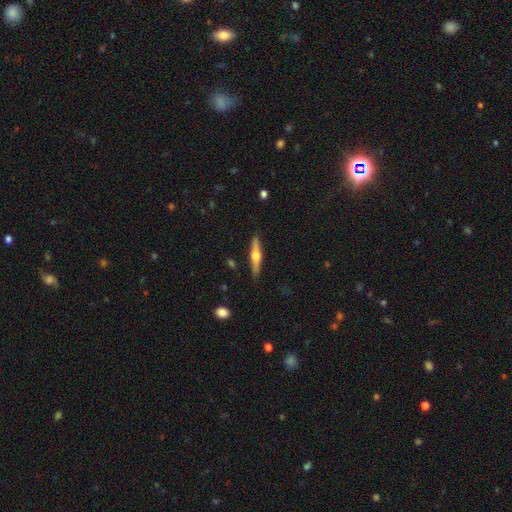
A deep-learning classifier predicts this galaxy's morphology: smooth-or-featured: featured or disk: 66% | smooth: 28% | star or artifact: 5%
  disk-edge-on: yes: 97% | no: 3%
    edge-on-bulge: rounded: 94% | boxy: 4% | none: 2%
  merging: none: 88% | minor disturbance: 8% | major disturbance: 2% | merger: 1%